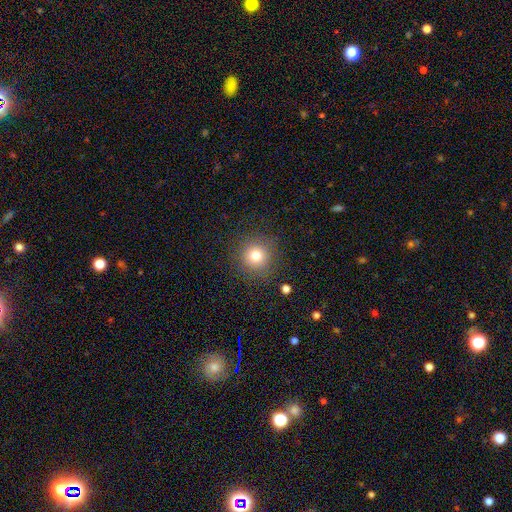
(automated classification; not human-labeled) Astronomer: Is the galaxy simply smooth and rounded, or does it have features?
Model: smooth — 77%.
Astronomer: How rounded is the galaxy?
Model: round — 94%.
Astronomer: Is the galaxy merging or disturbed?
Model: none — 88%.